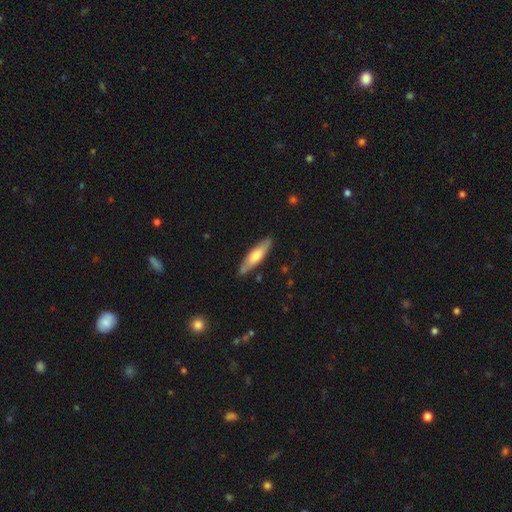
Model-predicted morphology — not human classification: A smooth galaxy with no disk features (57%) that is cigar-shaped (70%). Merging: none (85%).